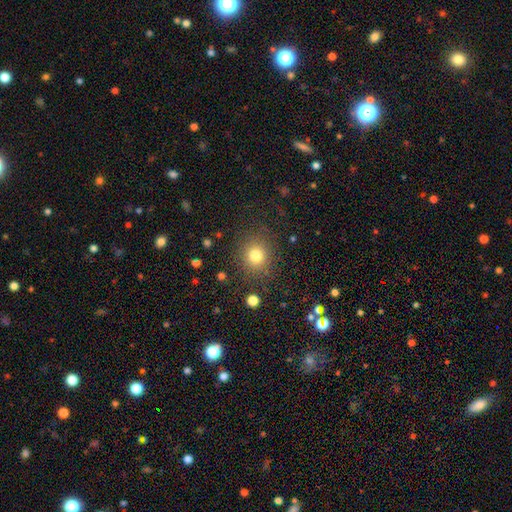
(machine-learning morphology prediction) Smooth or featured? Predicted: smooth (p=0.79). How rounded? Predicted: round (p=0.87). Merging? Predicted: none (p=0.85).